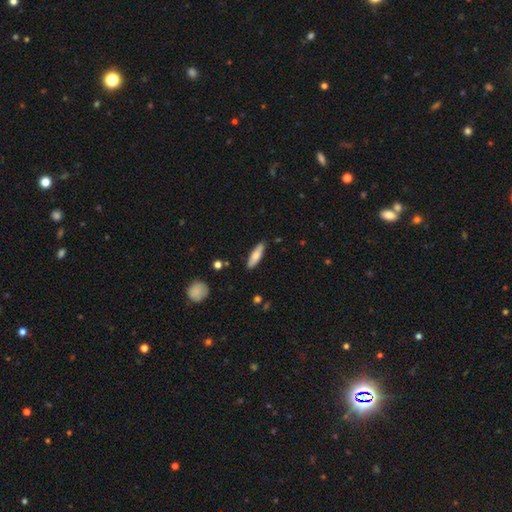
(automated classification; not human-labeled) Smooth or featured: smooth — 70% (featured or disk — 24%)
How rounded: cigar-shaped — 64% (in between — 34%)
Merging: none — 86% (minor disturbance — 10%)